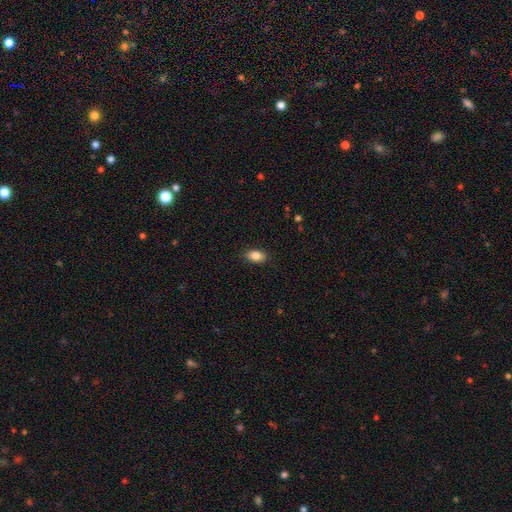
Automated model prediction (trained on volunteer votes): A smooth galaxy with no disk features (86%) that is in between round and cigar-shaped (89%).

Vote fractions:
- Smooth or featured? smooth: 86% / star or artifact: 8% / featured or disk: 6%
- How rounded? in between: 89% / round: 9% / cigar-shaped: 2%
- Merging? none: 87% / minor disturbance: 10% / major disturbance: 2% / merger: 1%